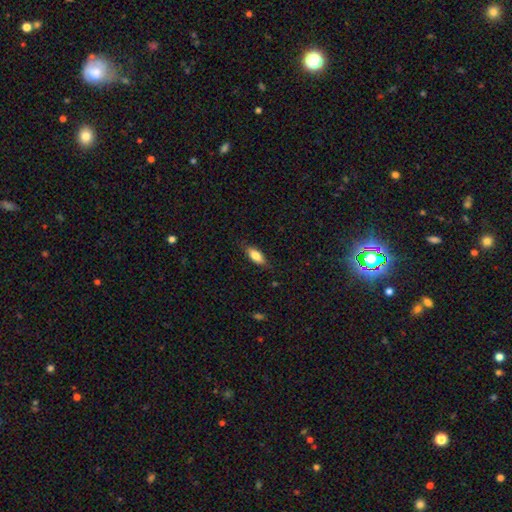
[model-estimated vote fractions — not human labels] Smooth or featured? Predicted: smooth (p=0.78). How rounded? Predicted: in between (p=0.79). Merging? Predicted: none (p=0.82).